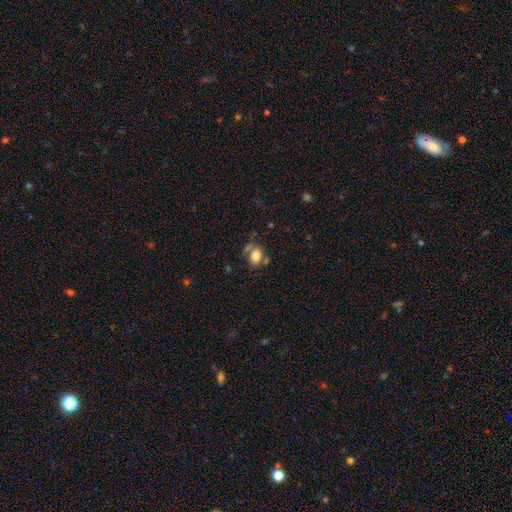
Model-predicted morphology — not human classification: Q: Smooth or featured?
A: smooth (77%); runner-up: featured or disk (13%)
Q: How rounded?
A: in between (84%); runner-up: round (15%)
Q: Merging?
A: none (57%); runner-up: merger (19%)